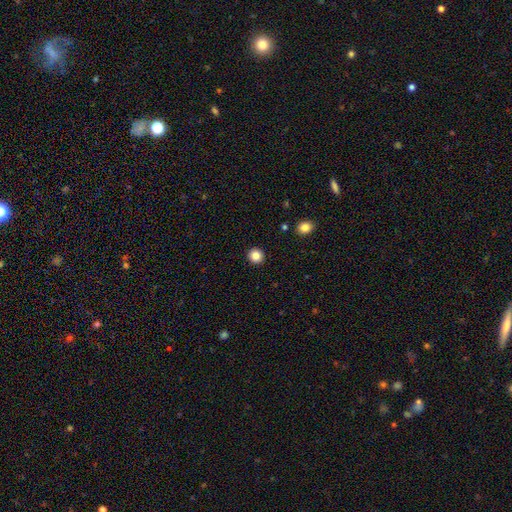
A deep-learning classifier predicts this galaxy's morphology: A smooth galaxy with no disk features (85%) that is round (91%). Merging: none (93%).